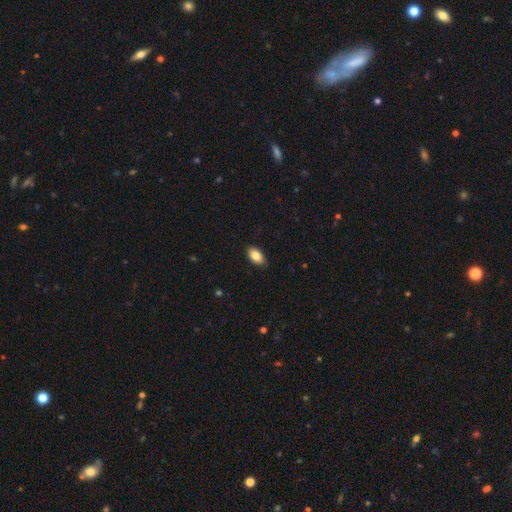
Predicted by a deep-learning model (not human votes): Smooth or featured: smooth — 86% (featured or disk — 7%)
How rounded: in between — 93% (round — 5%)
Merging: none — 87% (minor disturbance — 10%)